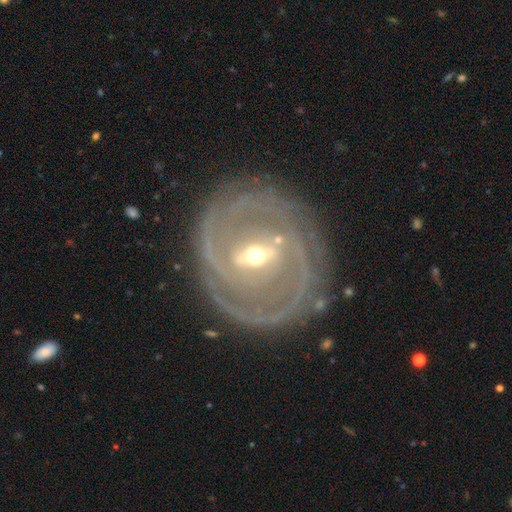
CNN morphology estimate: Q: Smooth or featured?
A: featured or disk (87%); runner-up: smooth (8%)
Q: Edge-on disk?
A: no (95%); runner-up: yes (5%)
Q: Bar?
A: strong (44%); runner-up: weak (39%)
Q: Spiral arms?
A: yes (88%); runner-up: no (12%)
Q: Spiral winding?
A: tight (69%); runner-up: medium (23%)
Q: Spiral arm count?
A: 2 (44%); runner-up: can't tell (26%)
Q: Bulge size?
A: moderate (50%); runner-up: small (45%)
Q: Merging?
A: none (77%); runner-up: minor disturbance (14%)